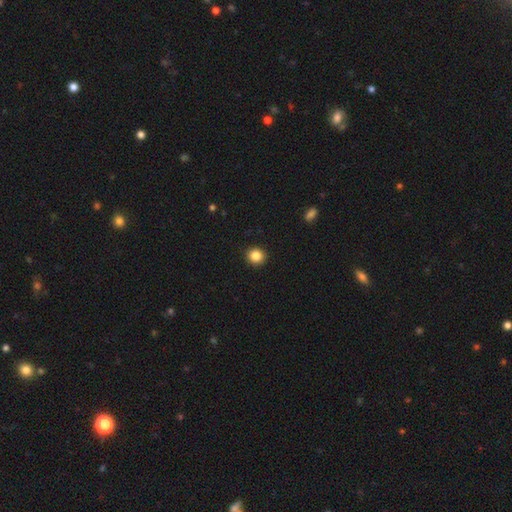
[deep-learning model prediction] Morphology: type=smooth (85%); roundness=round (88%); merging=none (93%).